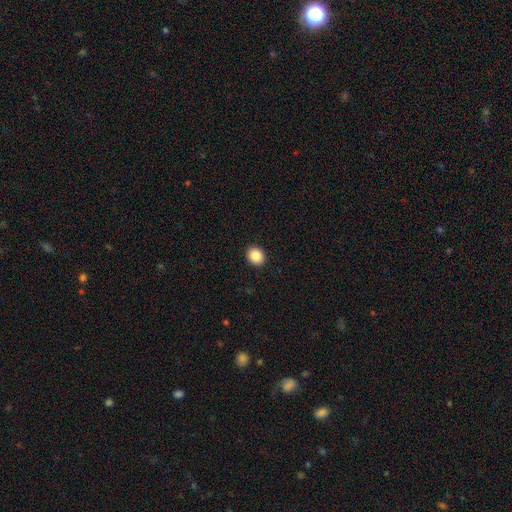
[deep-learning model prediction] This is clearly a smooth galaxy (86%). How rounded: likely round (63%). Merging: clearly none (92%).